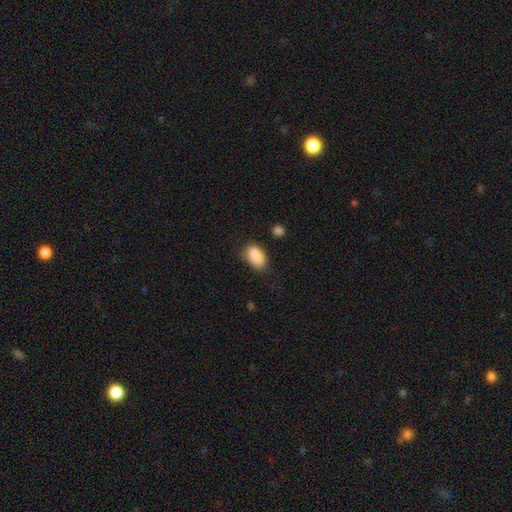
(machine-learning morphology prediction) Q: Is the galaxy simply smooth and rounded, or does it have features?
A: smooth — 89%.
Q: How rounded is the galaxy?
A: in between — 91%.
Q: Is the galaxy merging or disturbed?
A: none — 72%.